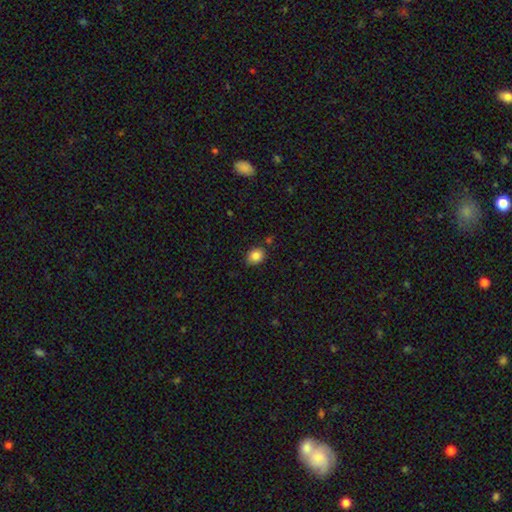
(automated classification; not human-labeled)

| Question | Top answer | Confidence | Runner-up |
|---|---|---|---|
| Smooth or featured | smooth | 85% | star or artifact (9%) |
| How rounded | round | 51% | in between (49%) |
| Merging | none | 81% | minor disturbance (13%) |